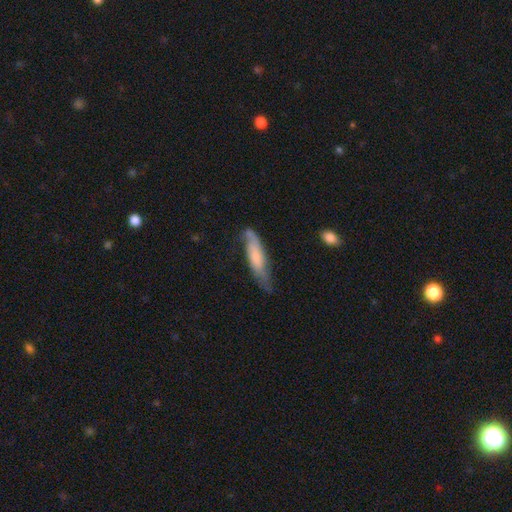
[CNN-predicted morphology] A smooth galaxy with no disk features (54%) that is cigar-shaped (69%).

Vote fractions:
- Smooth or featured? smooth: 54% / featured or disk: 40% / star or artifact: 6%
- How rounded? cigar-shaped: 69% / in between: 29% / round: 2%
- Merging? none: 52% / minor disturbance: 32% / major disturbance: 13% / merger: 3%